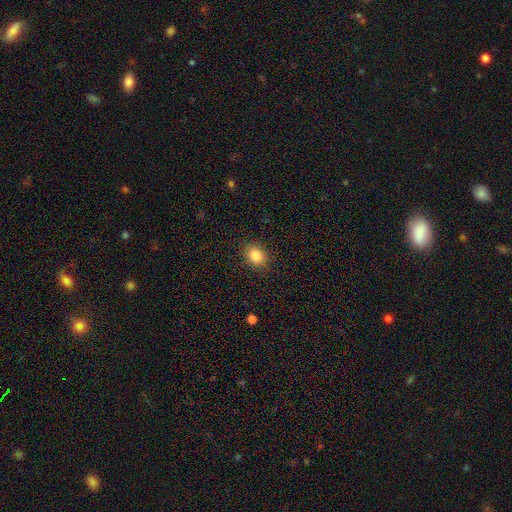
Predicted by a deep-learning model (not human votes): Smooth or featured: smooth — 83% (star or artifact — 10%)
How rounded: round — 52% (in between — 47%)
Merging: none — 89% (minor disturbance — 8%)